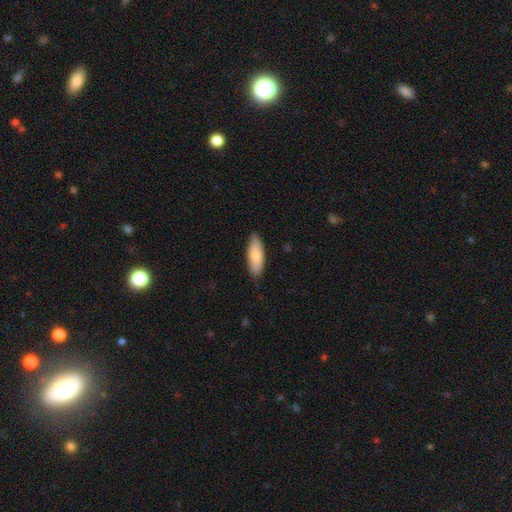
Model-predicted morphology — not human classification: Smooth or featured? Predicted: smooth (p=0.81). How rounded? Predicted: in between (p=0.67). Merging? Predicted: none (p=0.83).